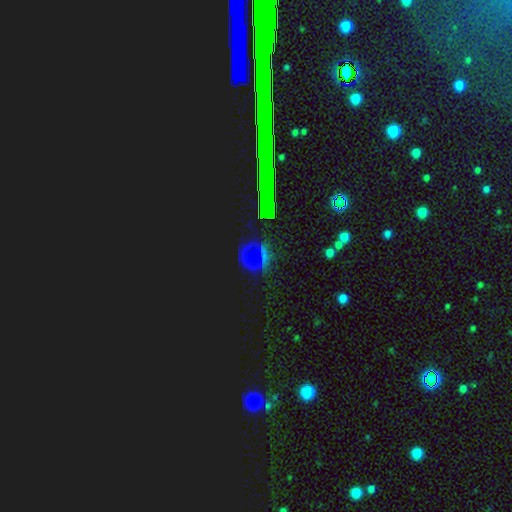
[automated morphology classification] A star or artifact, not a galaxy (72%).

Vote fractions:
- Smooth or featured? star or artifact: 72% / smooth: 16% / featured or disk: 12%